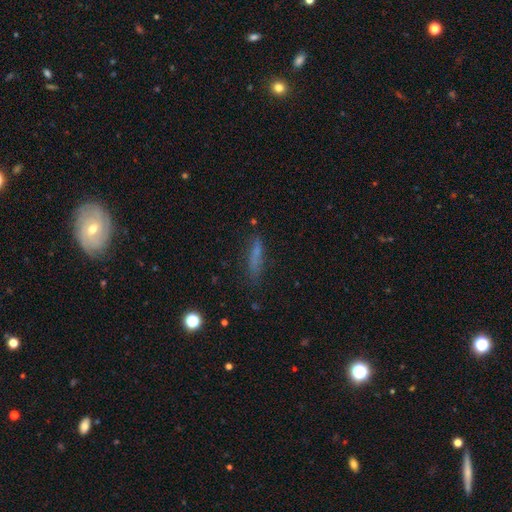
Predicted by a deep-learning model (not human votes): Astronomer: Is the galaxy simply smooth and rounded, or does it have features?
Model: smooth — 64%.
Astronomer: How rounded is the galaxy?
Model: cigar-shaped — 83%.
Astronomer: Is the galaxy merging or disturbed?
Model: none — 71%.